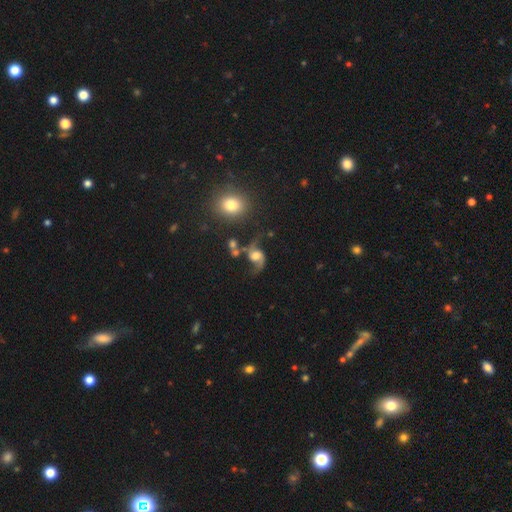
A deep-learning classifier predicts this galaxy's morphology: smooth_or_featured: featured or disk (p=0.80) [alt: smooth p=0.12]
disk_edge_on: no (p=0.97) [alt: yes p=0.03]
bar: no (p=0.58) [alt: weak p=0.33]
has_spiral_arms: yes (p=0.95) [alt: no p=0.05]
spiral_winding: loose (p=0.78) [alt: medium p=0.18]
spiral_arm_count: 2 (p=0.92) [alt: 1 p=0.04]
bulge_size: moderate (p=0.46) [alt: large p=0.31]
merging: none (p=0.57) [alt: minor disturbance p=0.18]